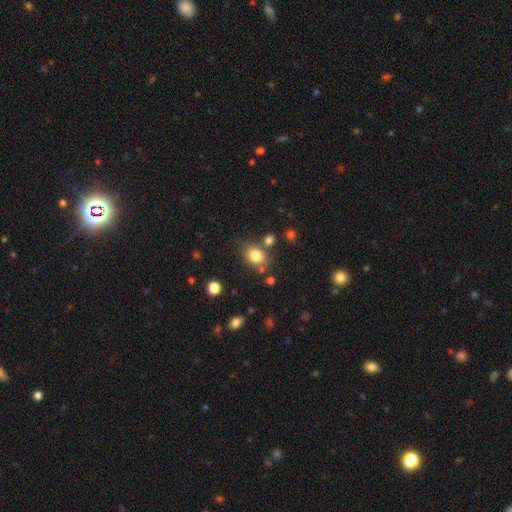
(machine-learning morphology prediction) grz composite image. It shows a smooth galaxy with no disk features (81%) that is in between round and cigar-shaped (51%). Merging: none (70%).